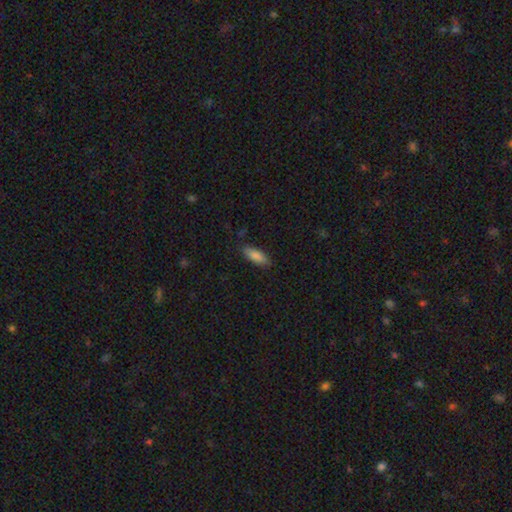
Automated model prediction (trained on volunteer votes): smooth-or-featured: smooth: 85% | featured or disk: 9% | star or artifact: 7%
  how-rounded: in between: 68% | cigar-shaped: 30% | round: 2%
  merging: none: 83% | minor disturbance: 13% | major disturbance: 3% | merger: 1%